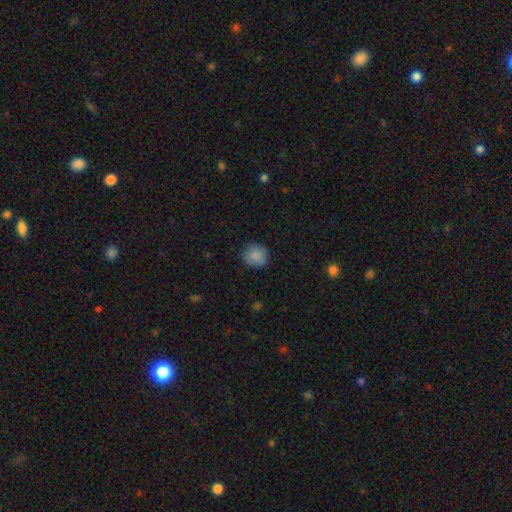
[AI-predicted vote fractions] Q: Smooth or featured?
A: smooth (86%); runner-up: star or artifact (8%)
Q: How rounded?
A: round (84%); runner-up: in between (15%)
Q: Merging?
A: none (83%); runner-up: minor disturbance (13%)